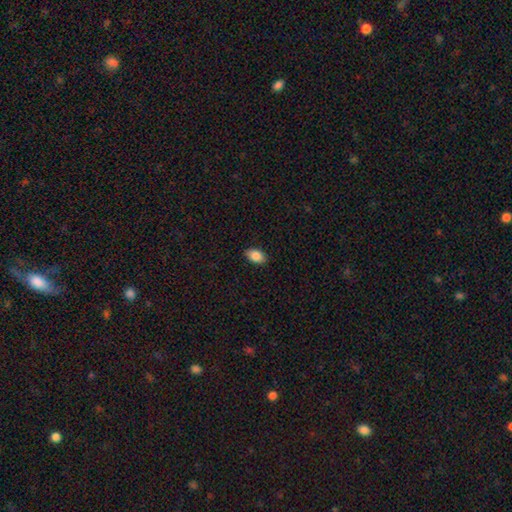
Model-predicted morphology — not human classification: type=smooth (87%); roundness=in between (91%); merging=none (88%).